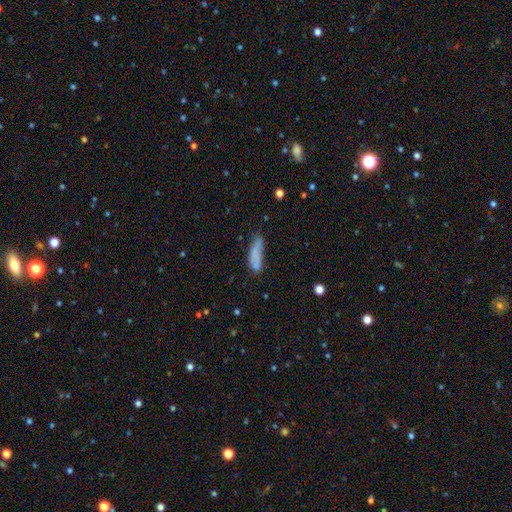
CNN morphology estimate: smooth_or_featured: smooth (p=0.74) [alt: featured or disk p=0.16]
how_rounded: cigar-shaped (p=0.63) [alt: in between p=0.35]
merging: none (p=0.51) [alt: minor disturbance p=0.27]